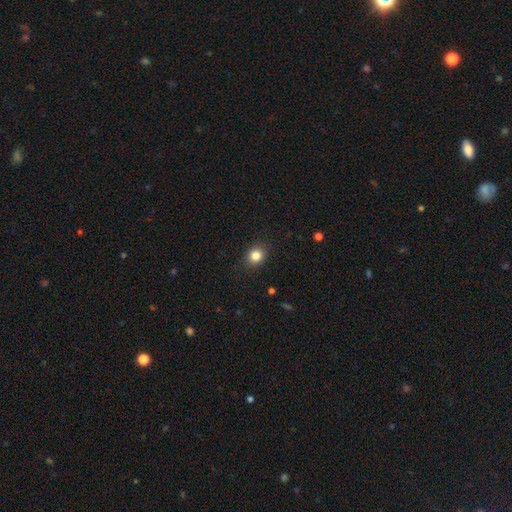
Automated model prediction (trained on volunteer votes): The model was most divided on "how rounded": round: 67%, in between: 32%, cigar-shaped: 1%. More confident: merging — none (88%); smooth or featured — smooth (83%).